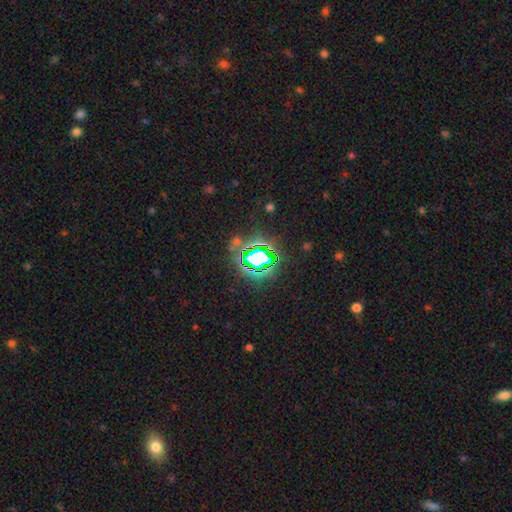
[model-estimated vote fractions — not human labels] smooth-or-featured: star or artifact: 80% | smooth: 13% | featured or disk: 8%